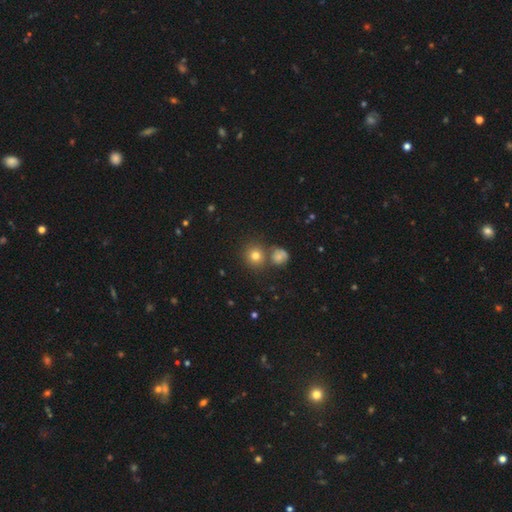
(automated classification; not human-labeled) Smooth or featured? Predicted: smooth (p=0.76). How rounded? Predicted: round (p=0.88). Merging? Predicted: none (p=0.73).